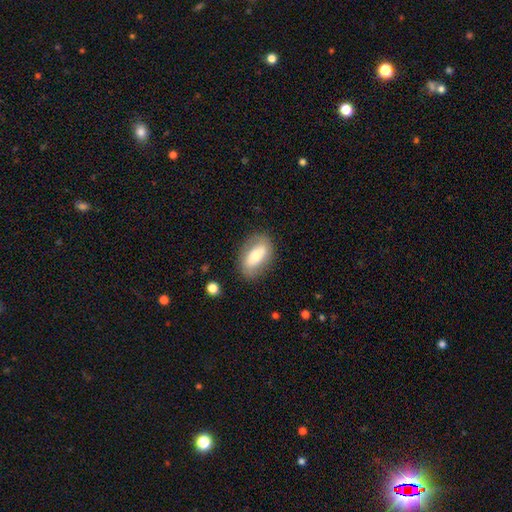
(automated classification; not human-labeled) smooth 59%, featured or disk 34%, star or artifact 7%. Down the decision tree: how rounded — in between (88%); merging — none (79%).